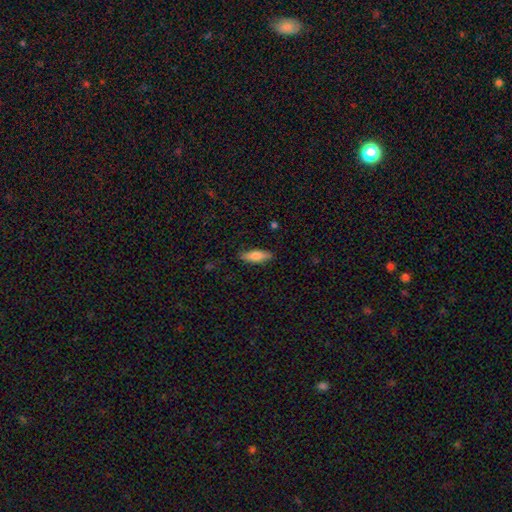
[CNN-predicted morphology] Smooth or featured?
  - smooth: 80% *
  - featured or disk: 14%
  - star or artifact: 6%
How rounded?
  - in between: 52% *
  - cigar-shaped: 46%
  - round: 2%
Merging?
  - none: 86% *
  - minor disturbance: 11%
  - major disturbance: 2%
  - merger: 1%